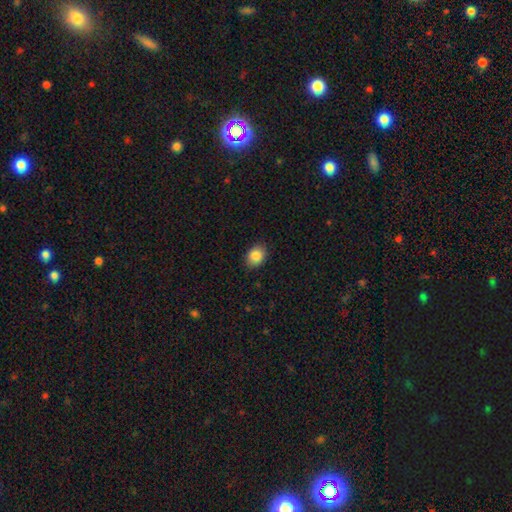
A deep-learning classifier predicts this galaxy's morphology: Smooth or featured?
  - smooth: 87% *
  - star or artifact: 8%
  - featured or disk: 5%
How rounded?
  - in between: 64% *
  - round: 35%
  - cigar-shaped: 1%
Merging?
  - none: 85% *
  - minor disturbance: 11%
  - major disturbance: 2%
  - merger: 1%